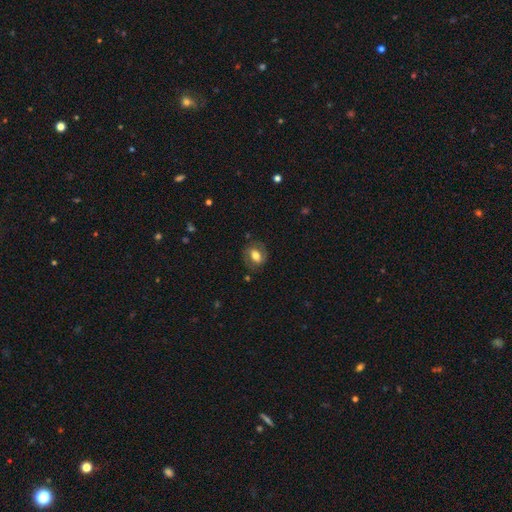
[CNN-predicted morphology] smooth_or_featured: smooth (p=0.56) [alt: featured or disk p=0.36]
how_rounded: in between (p=0.63) [alt: round p=0.35]
merging: none (p=0.76) [alt: minor disturbance p=0.16]